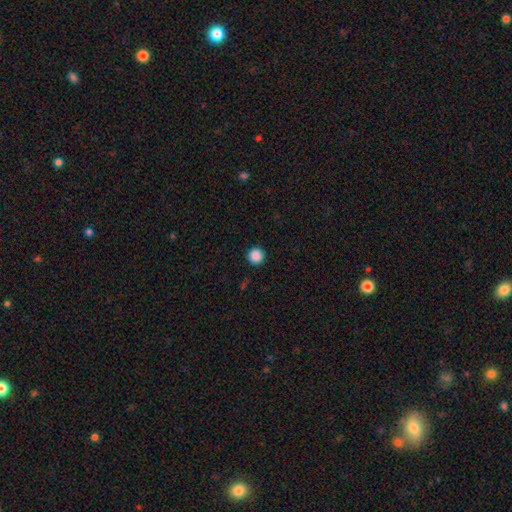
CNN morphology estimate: smooth_or_featured: smooth (p=0.88) [alt: star or artifact p=0.10]
how_rounded: round (p=0.96) [alt: in between p=0.03]
merging: none (p=0.93) [alt: minor disturbance p=0.05]